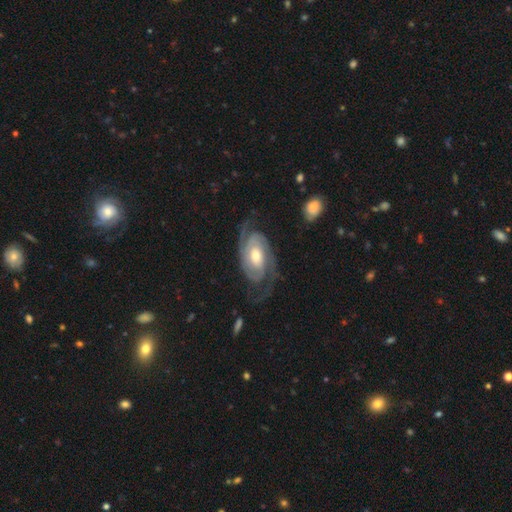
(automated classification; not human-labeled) Overall: featured or disk (90%). Edge-on disk: no (96%). Bar: no (58%; weak 30%). Spiral arms: yes (97%). Spiral arm count: 2 (86%). Spiral winding: tight (52%; medium 38%). Bulge size: moderate (69%). Merging: none (73%).